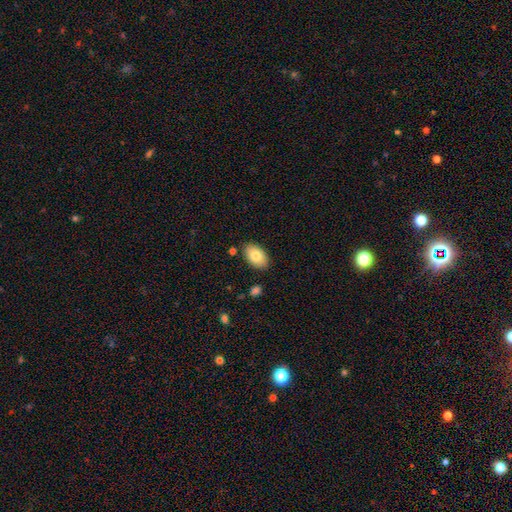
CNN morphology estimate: This is clearly a smooth galaxy (82%). How rounded: clearly in between (93%). Merging: clearly none (86%).